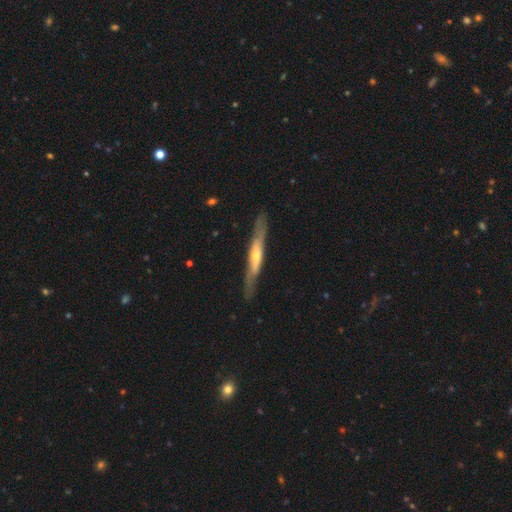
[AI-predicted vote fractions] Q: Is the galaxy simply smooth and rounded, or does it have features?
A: featured or disk — 69%.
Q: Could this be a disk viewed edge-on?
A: yes — 88%.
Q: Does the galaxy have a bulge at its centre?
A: rounded — 65%.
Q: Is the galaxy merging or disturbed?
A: none — 85%.